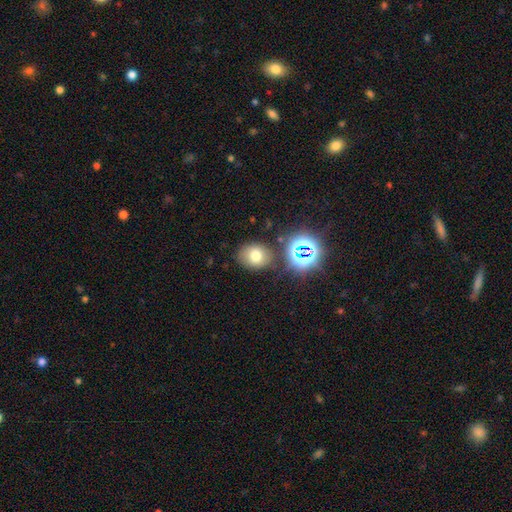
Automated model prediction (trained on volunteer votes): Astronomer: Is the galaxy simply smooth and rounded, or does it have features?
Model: smooth — 69%.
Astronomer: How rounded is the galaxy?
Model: round — 53% (runner-up: in between, 46%).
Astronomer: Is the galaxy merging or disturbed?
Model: none — 77%.